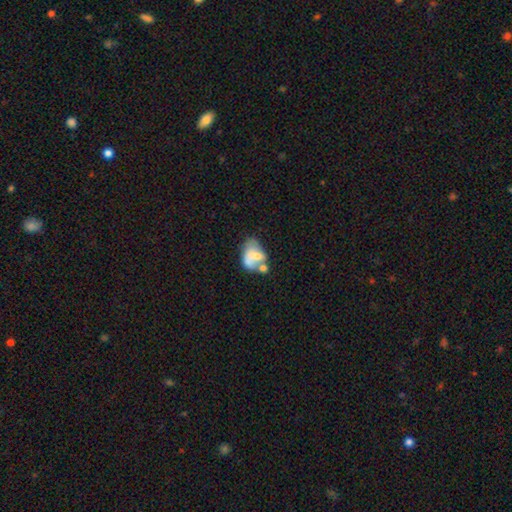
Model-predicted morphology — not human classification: smooth 49%, featured or disk 41%, star or artifact 9%. Down the decision tree: merging — merger (41%).